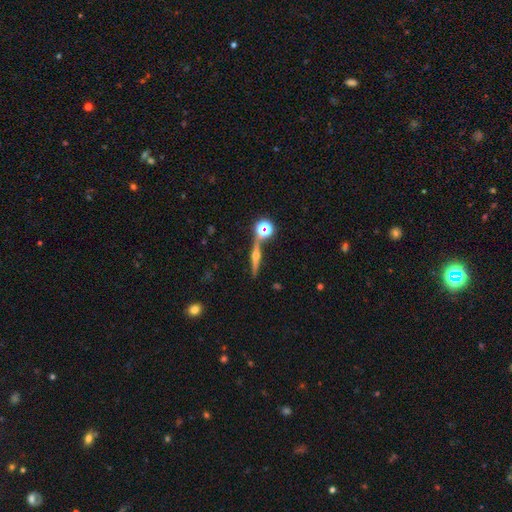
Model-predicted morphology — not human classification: This is likely a featured or disk galaxy (72%). It is clearly viewed edge-on (96%). Edge-on bulge: clearly rounded (94%). Merging: clearly none (80%).